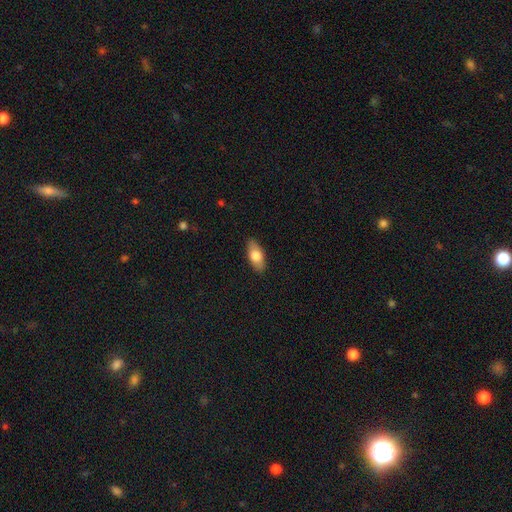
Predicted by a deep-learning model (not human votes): A smooth galaxy with no disk features (74%) that is in between round and cigar-shaped (87%).

Vote fractions:
- Smooth or featured? smooth: 74% / featured or disk: 20% / star or artifact: 6%
- How rounded? in between: 87% / cigar-shaped: 10% / round: 3%
- Merging? none: 88% / minor disturbance: 9% / major disturbance: 2% / merger: 1%